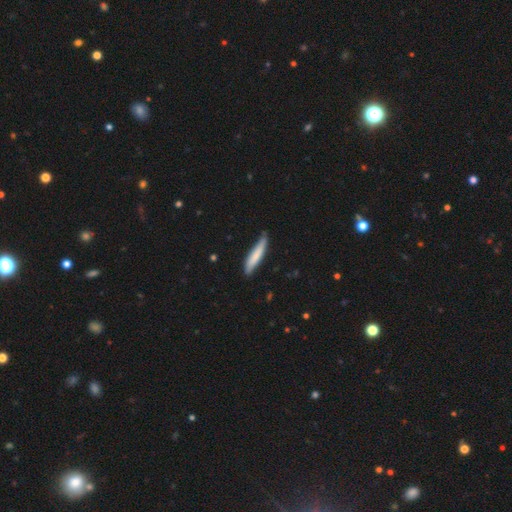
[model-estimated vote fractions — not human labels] smooth_or_featured: smooth (p=0.76) [alt: featured or disk p=0.19]
how_rounded: cigar-shaped (p=0.89) [alt: in between p=0.10]
merging: none (p=0.75) [alt: minor disturbance p=0.21]